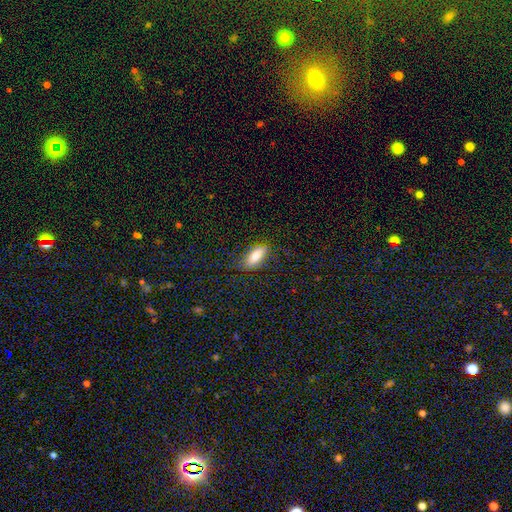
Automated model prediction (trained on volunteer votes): Smooth or featured? Predicted: smooth (p=0.82). How rounded? Predicted: in between (p=0.76). Merging? Predicted: none (p=0.78).